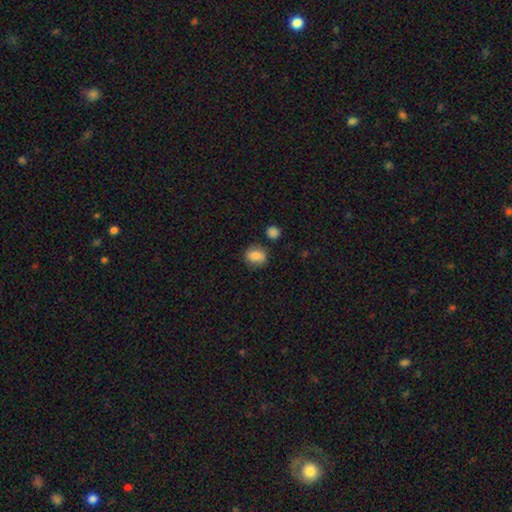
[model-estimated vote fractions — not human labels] smooth_or_featured: smooth (p=0.84) [alt: star or artifact p=0.09]
how_rounded: round (p=0.51) [alt: in between p=0.48]
merging: none (p=0.77) [alt: minor disturbance p=0.15]